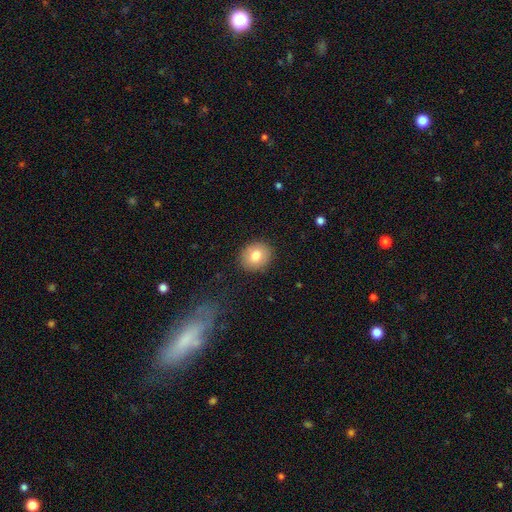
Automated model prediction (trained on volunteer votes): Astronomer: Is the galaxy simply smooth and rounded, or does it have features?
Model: smooth — 79%.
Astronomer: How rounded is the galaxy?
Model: round — 71%.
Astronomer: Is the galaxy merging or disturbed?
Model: none — 89%.